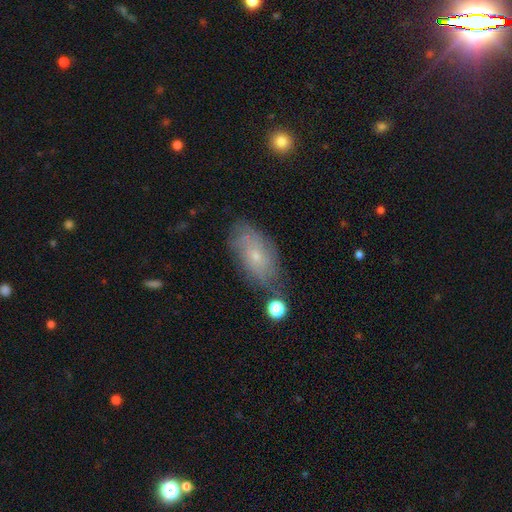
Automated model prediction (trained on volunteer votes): featured or disk 50%, smooth 40%, star or artifact 10%. Down the decision tree: edge-on disk — no (90%); merging — none (68%).